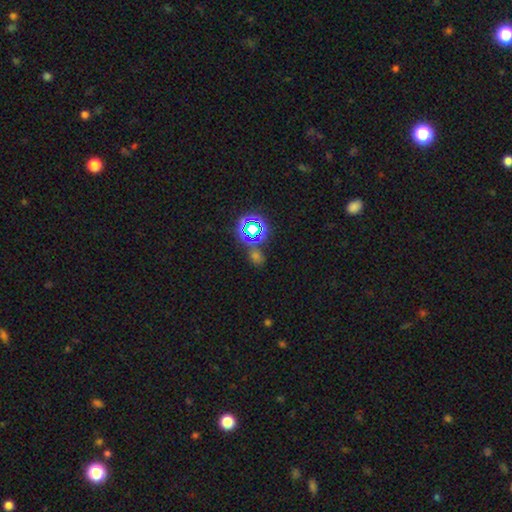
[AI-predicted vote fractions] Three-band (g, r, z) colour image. It shows a star or artifact, not a galaxy (57%).